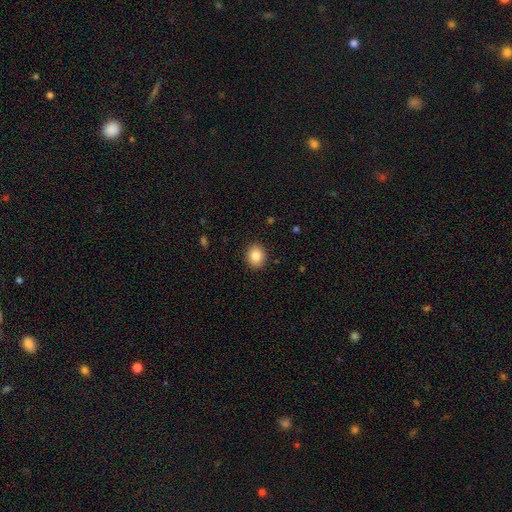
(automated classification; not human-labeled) smooth-or-featured: smooth: 85% | star or artifact: 9% | featured or disk: 6%
  how-rounded: round: 73% | in between: 27% | cigar-shaped: 1%
  merging: none: 91% | minor disturbance: 6% | major disturbance: 2% | merger: 1%